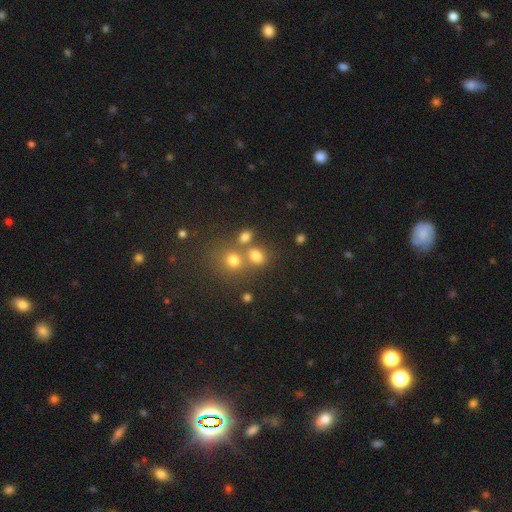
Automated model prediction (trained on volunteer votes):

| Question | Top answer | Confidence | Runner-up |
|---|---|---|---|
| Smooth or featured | smooth | 72% | star or artifact (18%) |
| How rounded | round | 54% | in between (45%) |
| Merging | none | 50% | merger (33%) |